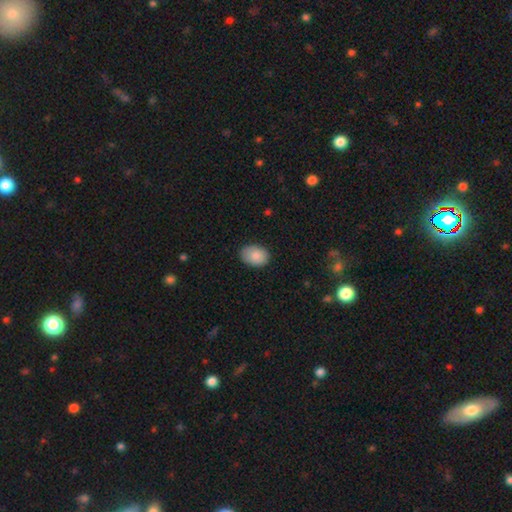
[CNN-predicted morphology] smooth-or-featured: smooth: 85% | featured or disk: 8% | star or artifact: 7%
  how-rounded: in between: 77% | round: 22% | cigar-shaped: 1%
  merging: none: 83% | minor disturbance: 13% | major disturbance: 2% | merger: 1%